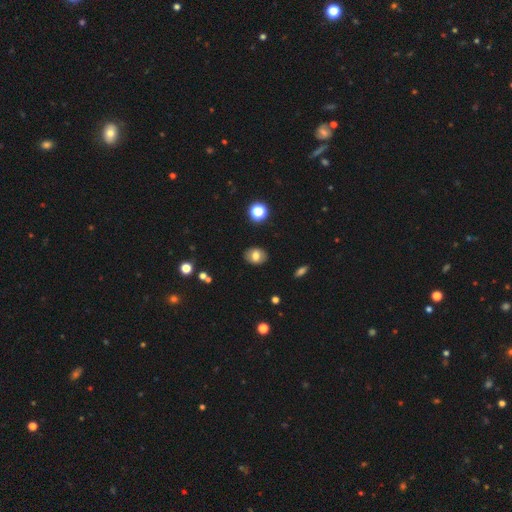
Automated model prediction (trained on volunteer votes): The model was most divided on "how rounded": in between: 54%, round: 45%, cigar-shaped: 1%. More confident: merging — none (87%); smooth or featured — smooth (74%).